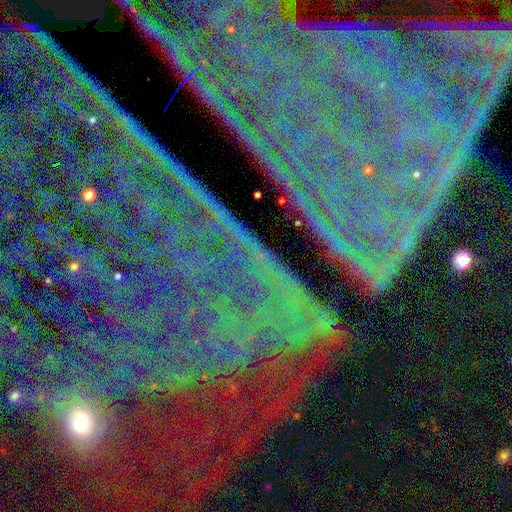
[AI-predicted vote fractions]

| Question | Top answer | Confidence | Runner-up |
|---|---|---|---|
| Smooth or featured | star or artifact | 83% | featured or disk (10%) |